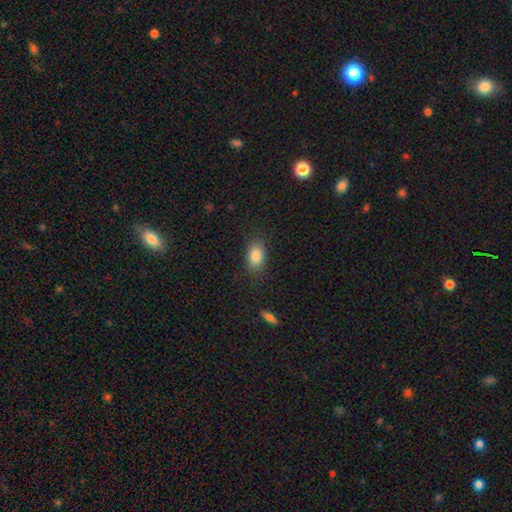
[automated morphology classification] A smooth galaxy with no disk features (84%) that is in between round and cigar-shaped (87%).

Vote fractions:
- Smooth or featured? smooth: 84% / star or artifact: 8% / featured or disk: 7%
- How rounded? in between: 87% / round: 11% / cigar-shaped: 2%
- Merging? none: 83% / minor disturbance: 12% / major disturbance: 4% / merger: 1%